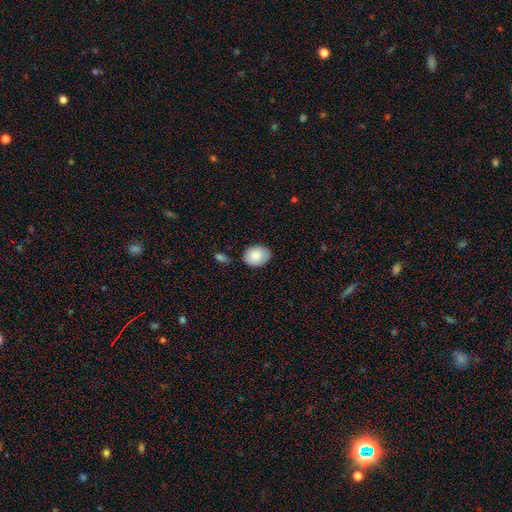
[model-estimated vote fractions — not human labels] This appears to be a smooth galaxy with no disk features (85%) that is in between round and cigar-shaped (65%). Merging: none (79%).